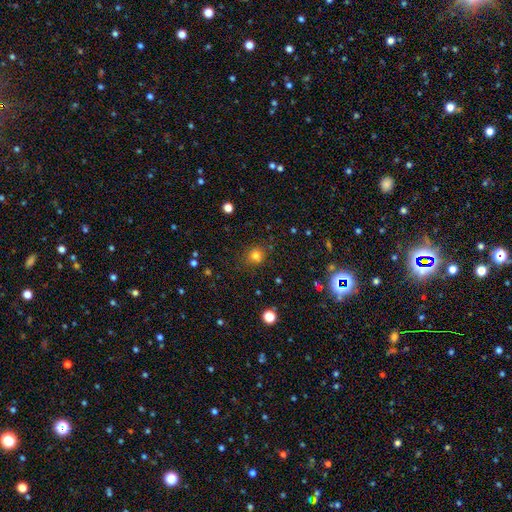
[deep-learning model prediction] The model was most divided on "smooth or featured": smooth: 78%, star or artifact: 16%, featured or disk: 7%. More confident: how rounded — round (86%); merging — none (83%).